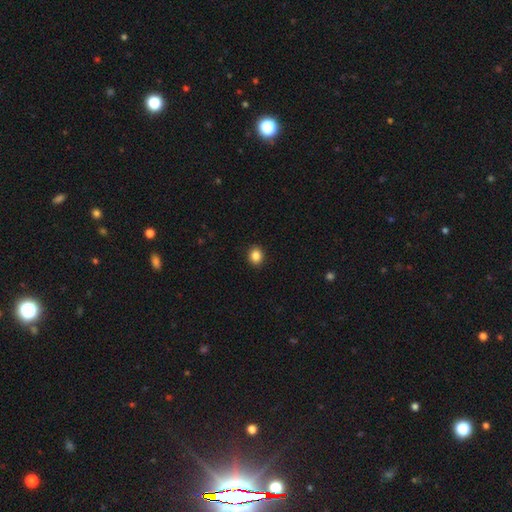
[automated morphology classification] This appears to be a smooth galaxy with no disk features (87%) that is round (61%). Merging: none (92%).